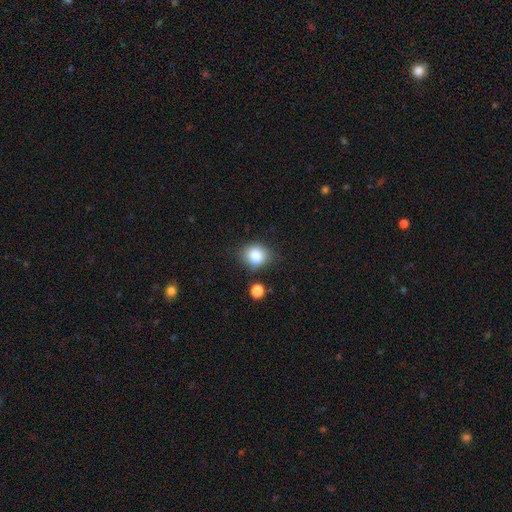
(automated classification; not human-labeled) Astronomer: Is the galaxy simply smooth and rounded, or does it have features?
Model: smooth — 84%.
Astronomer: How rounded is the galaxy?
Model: round — 64%.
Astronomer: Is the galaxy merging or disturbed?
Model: none — 75%.